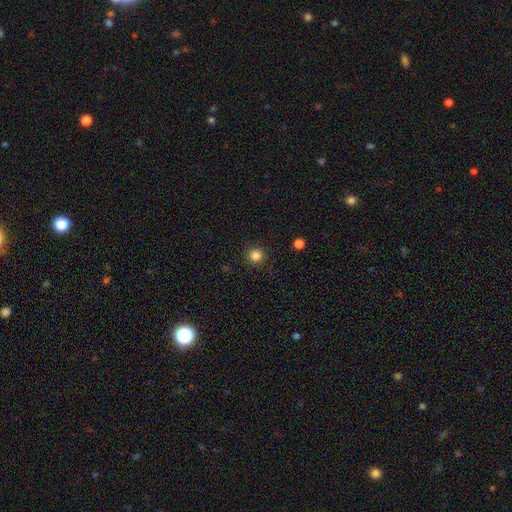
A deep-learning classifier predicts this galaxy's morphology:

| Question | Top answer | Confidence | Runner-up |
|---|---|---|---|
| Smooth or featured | smooth | 84% | star or artifact (12%) |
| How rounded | round | 94% | in between (5%) |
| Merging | none | 91% | minor disturbance (6%) |